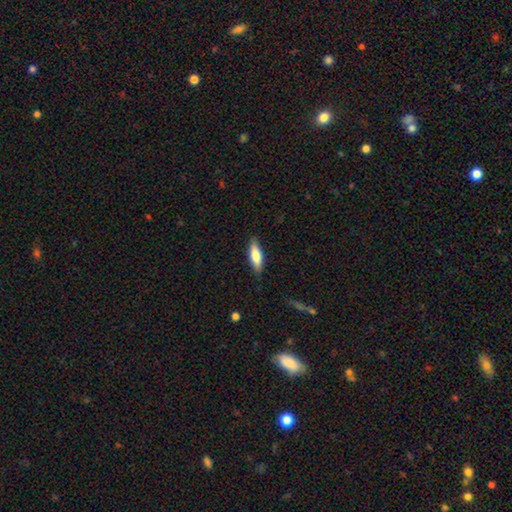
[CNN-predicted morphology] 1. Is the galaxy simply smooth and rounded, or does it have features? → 75% smooth, 19% featured or disk, 6% star or artifact.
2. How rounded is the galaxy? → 51% in between, 47% cigar-shaped, 2% round.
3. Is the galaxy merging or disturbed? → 86% none, 11% minor disturbance, 2% major disturbance, 1% merger.